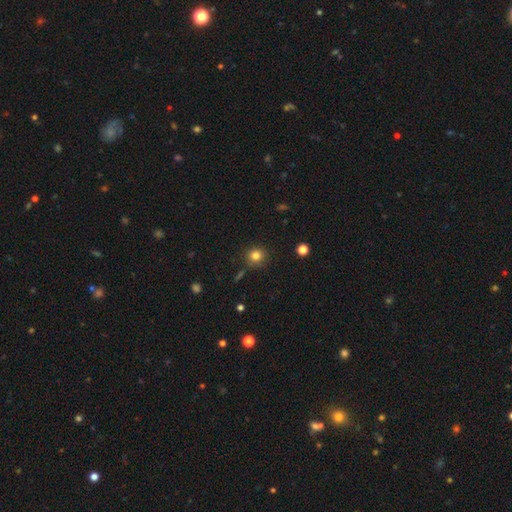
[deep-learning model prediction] A smooth galaxy with no disk features (81%) that is round (90%). Merging: none (85%).